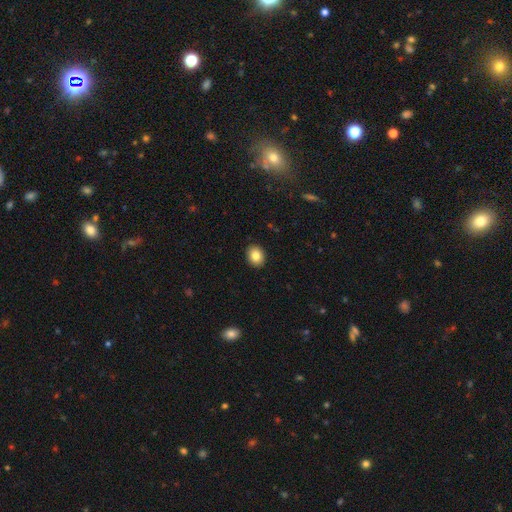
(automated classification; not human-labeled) Morphology: type=smooth (84%); roundness=round (56%); merging=none (92%).